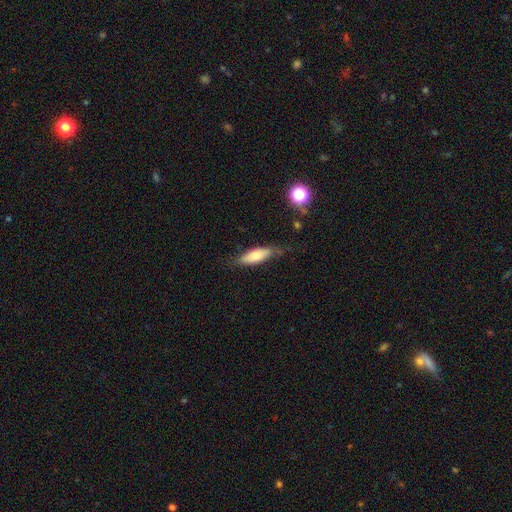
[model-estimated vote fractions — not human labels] smooth 69%, featured or disk 24%, star or artifact 7%. Down the decision tree: how rounded — in between (55%); merging — none (66%).